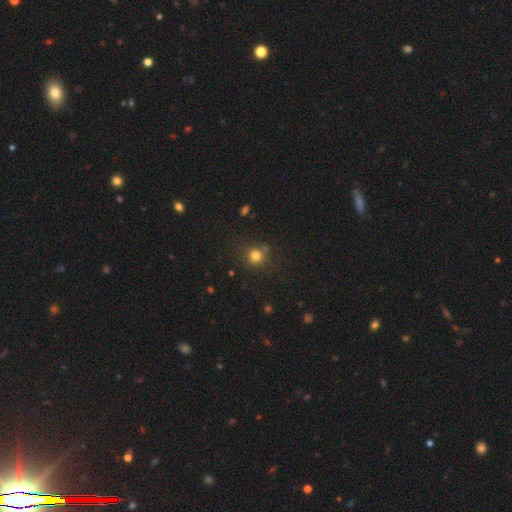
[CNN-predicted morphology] Smooth or featured? Predicted: smooth (p=0.77). How rounded? Predicted: round (p=0.88). Merging? Predicted: none (p=0.77).